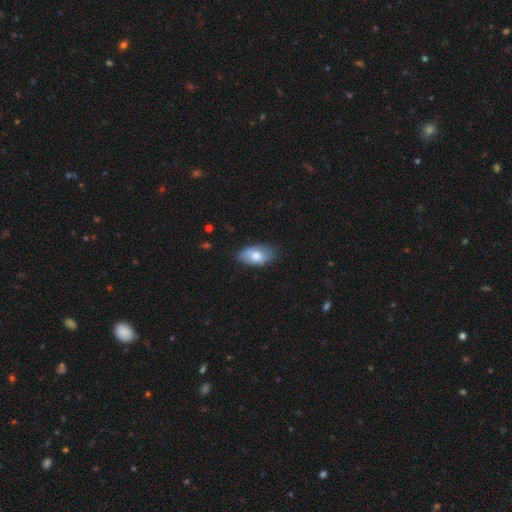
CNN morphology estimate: This appears to be a smooth galaxy with no disk features (77%) that is in between round and cigar-shaped (93%). Merging: none (77%).